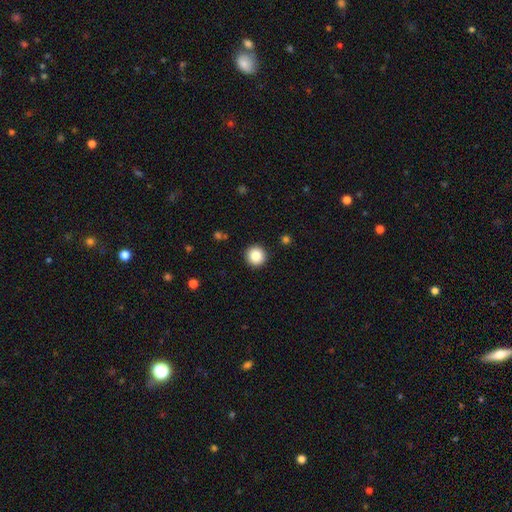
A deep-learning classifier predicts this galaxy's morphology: Q: Smooth or featured?
A: smooth (85%); runner-up: star or artifact (9%)
Q: How rounded?
A: round (96%); runner-up: in between (3%)
Q: Merging?
A: none (93%); runner-up: minor disturbance (5%)